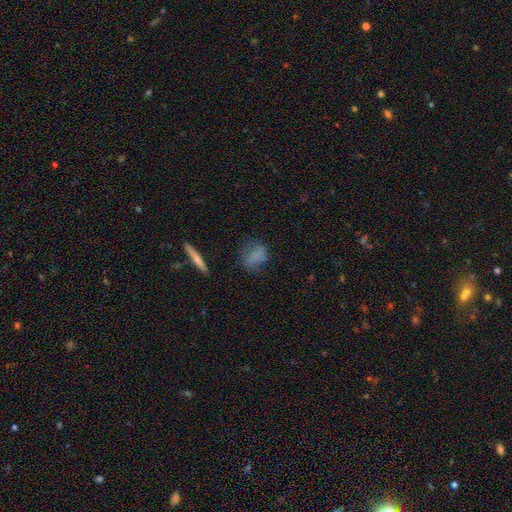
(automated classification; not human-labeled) Morphology: type=smooth (75%); roundness=in between (54%); merging=none (64%).